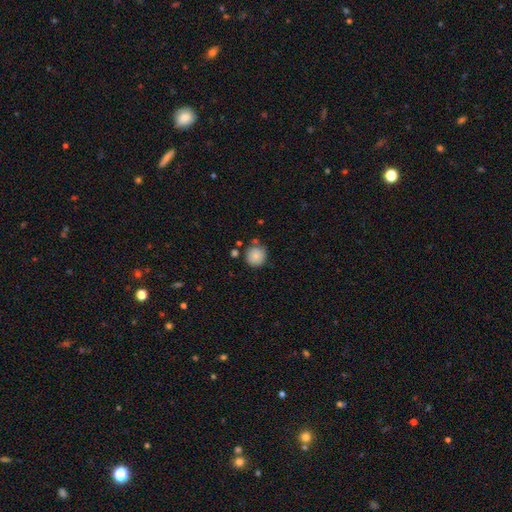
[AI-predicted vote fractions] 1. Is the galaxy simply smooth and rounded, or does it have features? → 84% smooth, 9% star or artifact, 7% featured or disk.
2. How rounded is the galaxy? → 92% round, 7% in between, 1% cigar-shaped.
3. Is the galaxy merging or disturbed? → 76% none, 14% minor disturbance, 6% merger, 3% major disturbance.